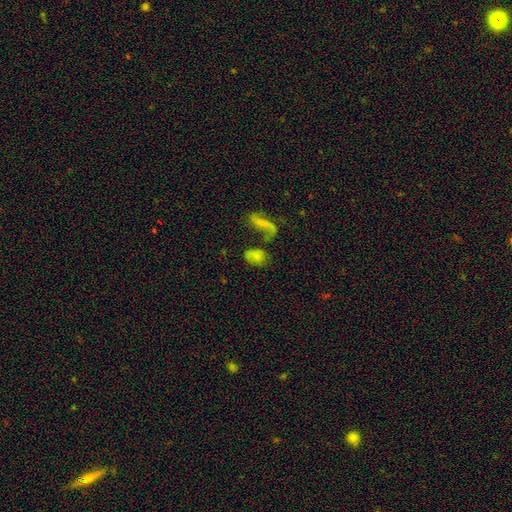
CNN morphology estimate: Q: Smooth or featured?
A: smooth (62%); runner-up: featured or disk (24%)
Q: How rounded?
A: in between (84%); runner-up: round (12%)
Q: Merging?
A: none (36%); runner-up: merger (33%)